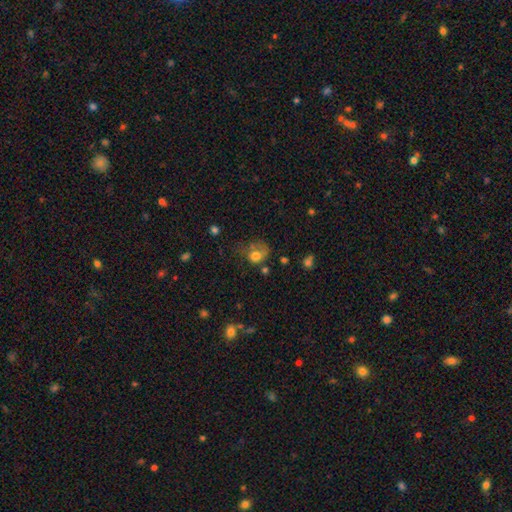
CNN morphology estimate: A smooth galaxy with no disk features (70%) that is round (53%). Merging: major disturbance (39%).